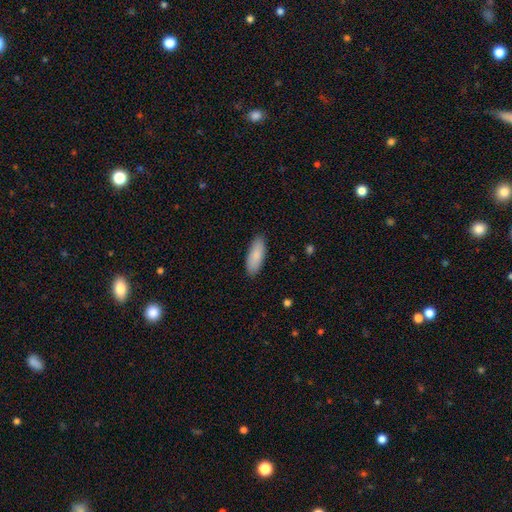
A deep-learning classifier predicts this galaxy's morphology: type=smooth (87%); roundness=in between (72%); merging=none (88%).